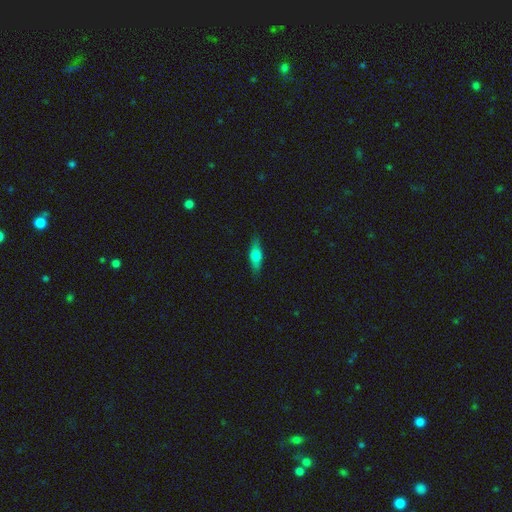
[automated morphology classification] A smooth galaxy with no disk features (56%) that is in between round and cigar-shaped (50%). Merging: none (85%).